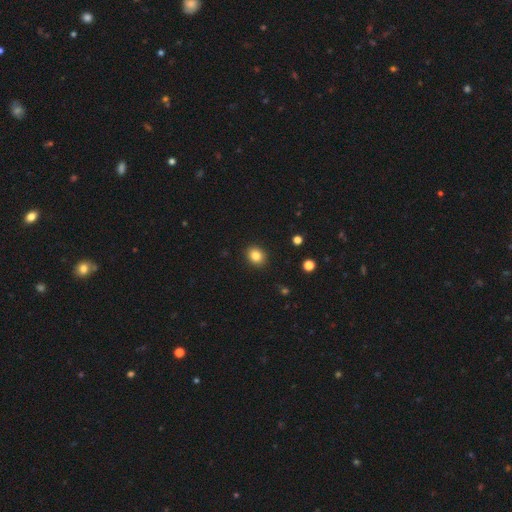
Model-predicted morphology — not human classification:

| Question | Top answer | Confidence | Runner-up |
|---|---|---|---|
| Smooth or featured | smooth | 84% | star or artifact (11%) |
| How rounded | round | 66% | in between (33%) |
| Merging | none | 91% | minor disturbance (6%) |